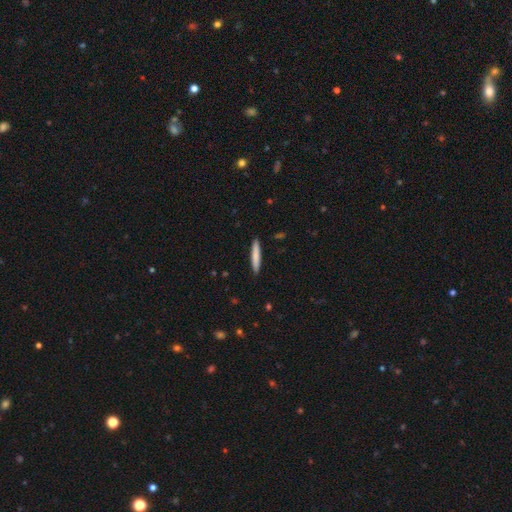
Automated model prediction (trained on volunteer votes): Smooth or featured: smooth — 79% (featured or disk — 16%)
How rounded: cigar-shaped — 93% (in between — 6%)
Merging: none — 90% (minor disturbance — 7%)